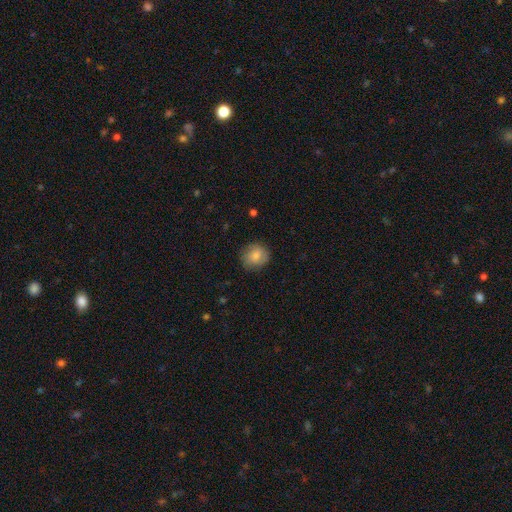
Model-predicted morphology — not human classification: Q: Smooth or featured?
A: smooth (80%); runner-up: featured or disk (12%)
Q: How rounded?
A: round (82%); runner-up: in between (17%)
Q: Merging?
A: none (82%); runner-up: minor disturbance (14%)